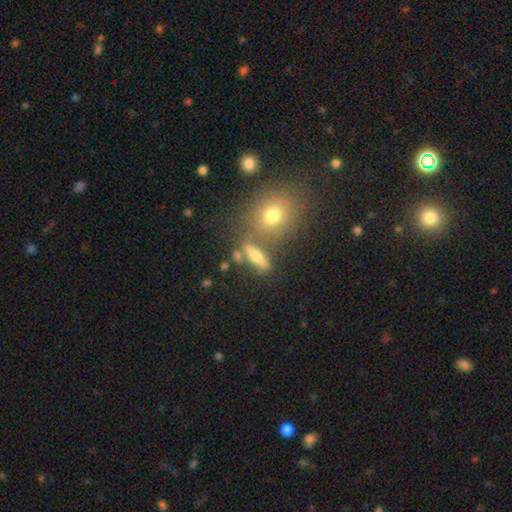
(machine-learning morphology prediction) smooth_or_featured: smooth (p=0.53) [alt: featured or disk p=0.30]
how_rounded: cigar-shaped (p=0.38) [tied with: in between p=0.38]
merging: none (p=0.67) [alt: merger p=0.16]